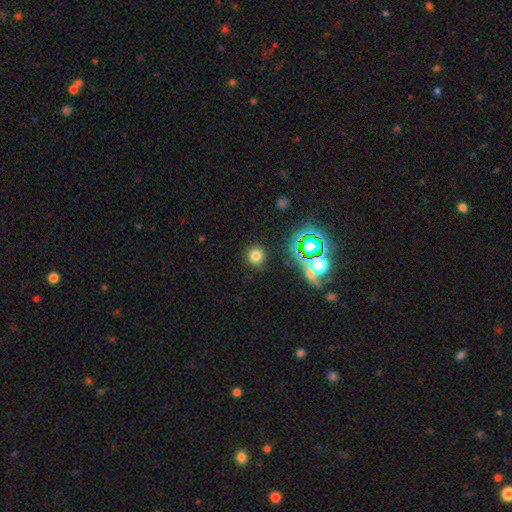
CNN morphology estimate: Smooth or featured: smooth — 73% (star or artifact — 20%)
How rounded: round — 93% (in between — 6%)
Merging: none — 88% (minor disturbance — 7%)